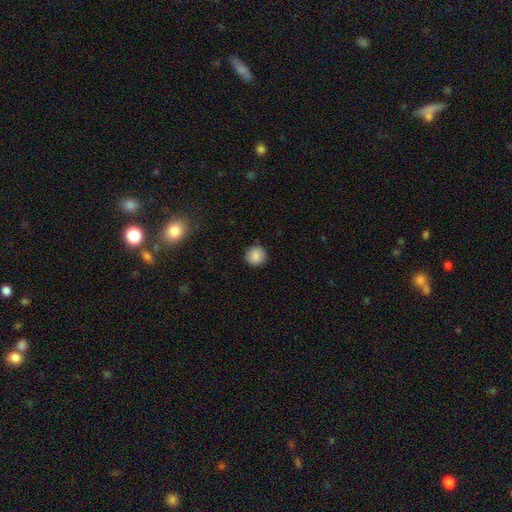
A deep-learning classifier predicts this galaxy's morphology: Overall: smooth (87%). How rounded: round (93%). Merging: none (90%).